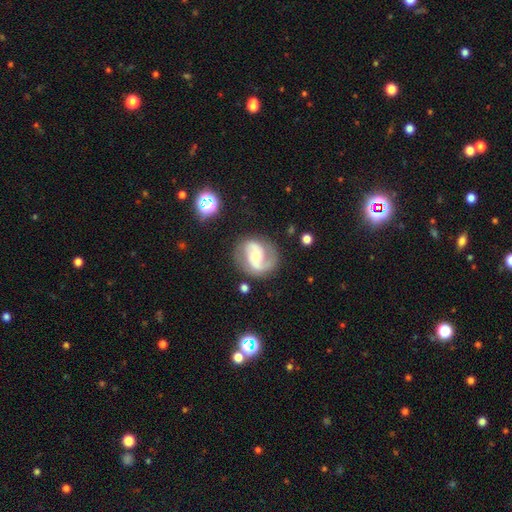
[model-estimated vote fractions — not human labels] Smooth or featured? Predicted: featured or disk (p=0.82). Edge-on disk? Predicted: no (p=0.98). Bar? Predicted: no (p=0.43). Spiral arms? Predicted: yes (p=0.95). Spiral winding? Predicted: medium (p=0.51). Spiral arm count? Predicted: 2 (p=0.85). Bulge size? Predicted: moderate (p=0.50). Merging? Predicted: none (p=0.75).